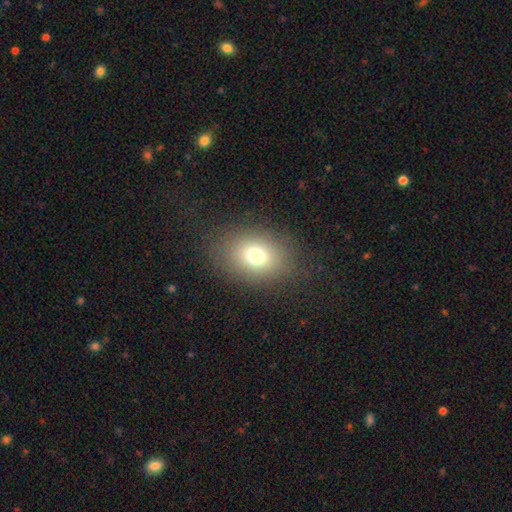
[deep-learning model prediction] Overall: smooth (73%). How rounded: in between (62%; round 37%). Merging: none (83%).